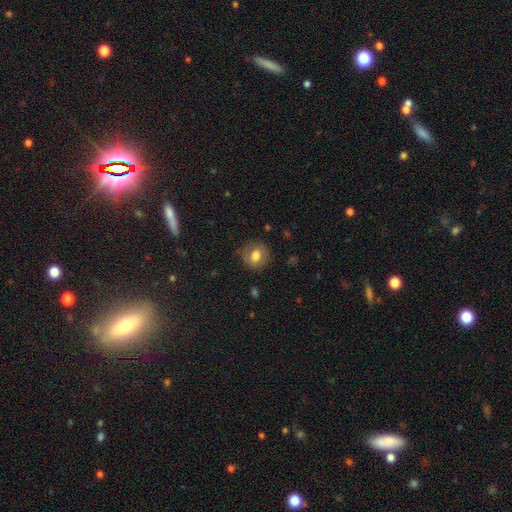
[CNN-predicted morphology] Smooth or featured? smooth (75%)
How rounded? round (74%)
Merging? none (80%)